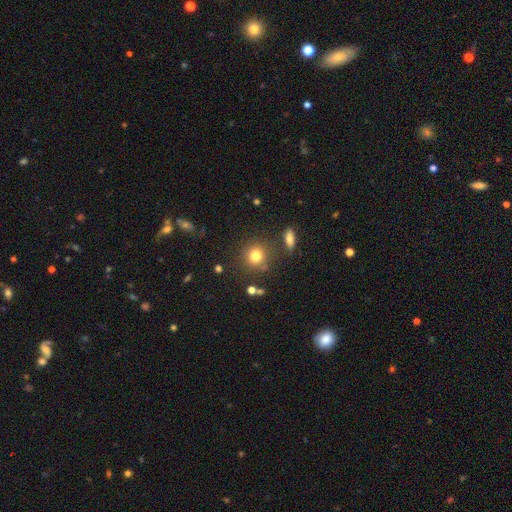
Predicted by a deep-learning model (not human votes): Smooth or featured? Predicted: smooth (p=0.78). How rounded? Predicted: round (p=0.88). Merging? Predicted: none (p=0.80).